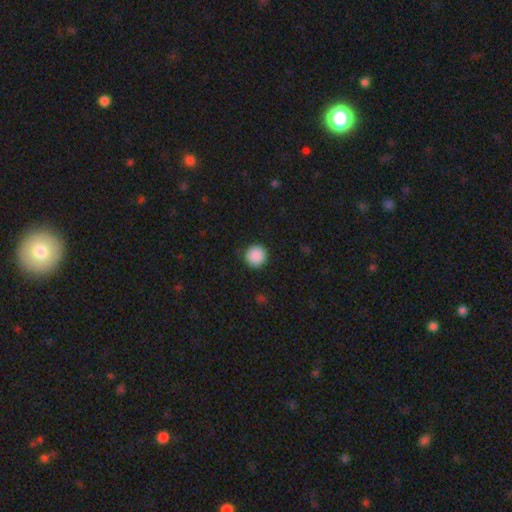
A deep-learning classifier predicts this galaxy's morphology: This appears to be a smooth galaxy with no disk features (90%) that is round (96%). Merging: none (91%).